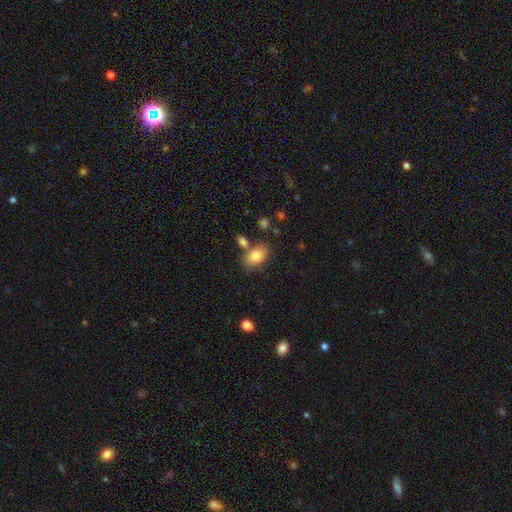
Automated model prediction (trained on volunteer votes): Smooth or featured?
  - smooth: 81% *
  - featured or disk: 11%
  - star or artifact: 8%
How rounded?
  - in between: 87% *
  - round: 11%
  - cigar-shaped: 1%
Merging?
  - none: 63% *
  - minor disturbance: 16%
  - merger: 16%
  - major disturbance: 5%